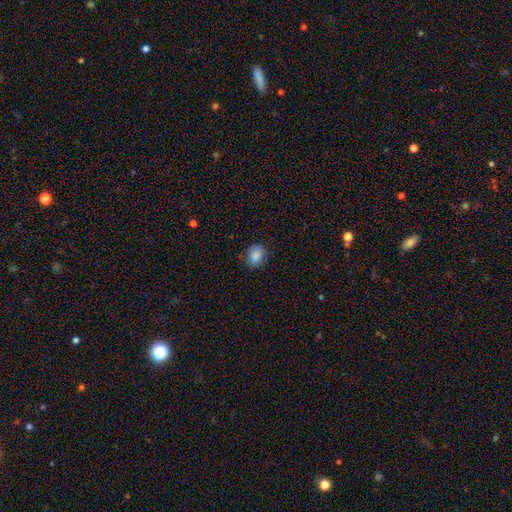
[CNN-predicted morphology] Smooth or featured: smooth — 87% (star or artifact — 9%)
How rounded: round — 52% (in between — 47%)
Merging: none — 78% (minor disturbance — 17%)